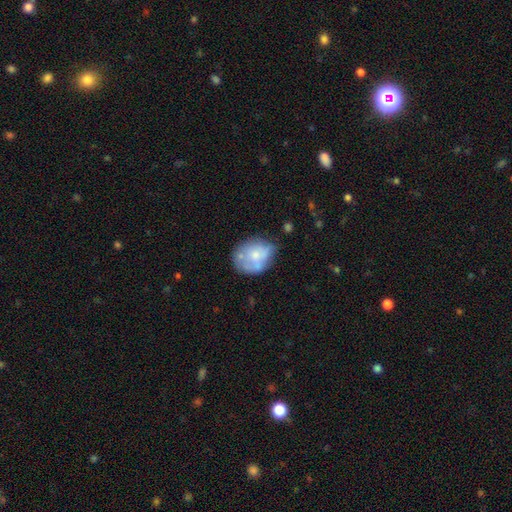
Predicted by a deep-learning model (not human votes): smooth 56%, featured or disk 37%, star or artifact 7%. Down the decision tree: how rounded — in between (50%); merging — none (44%).